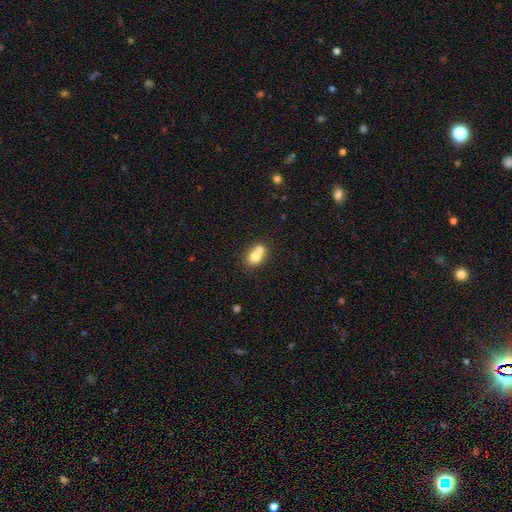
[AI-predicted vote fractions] A smooth galaxy with no disk features (73%) that is in between round and cigar-shaped (56%).

Vote fractions:
- Smooth or featured? smooth: 73% / featured or disk: 18% / star or artifact: 9%
- How rounded? in between: 56% / round: 43% / cigar-shaped: 1%
- Merging? merger: 54% / none: 33% / minor disturbance: 10% / major disturbance: 4%